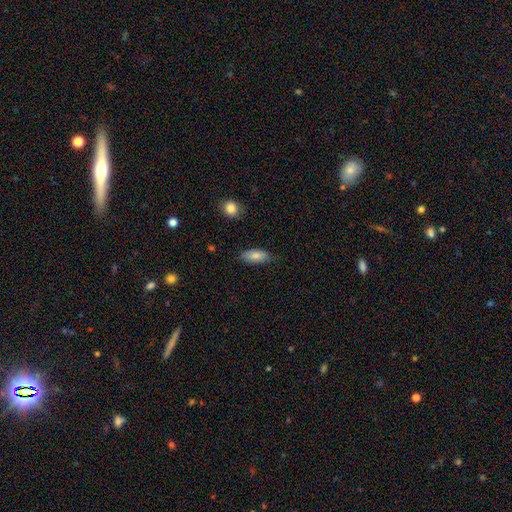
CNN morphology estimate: Smooth or featured?
  - smooth: 83% *
  - featured or disk: 10%
  - star or artifact: 7%
How rounded?
  - in between: 86% *
  - cigar-shaped: 11%
  - round: 2%
Merging?
  - none: 79% *
  - minor disturbance: 16%
  - major disturbance: 3%
  - merger: 2%